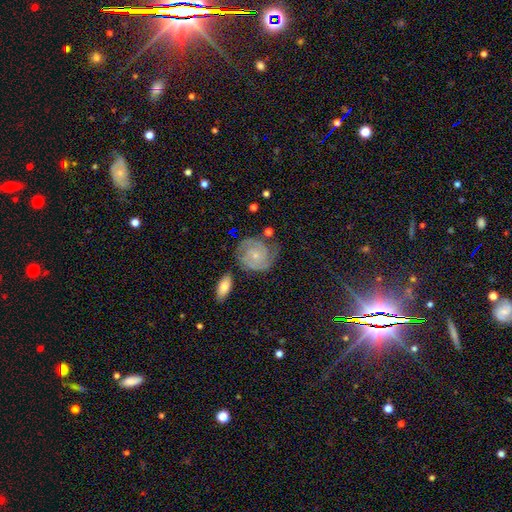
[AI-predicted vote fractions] smooth_or_featured: featured or disk (p=0.78) [alt: smooth p=0.15]
disk_edge_on: no (p=0.98) [alt: yes p=0.02]
bar: no (p=0.77) [alt: weak p=0.19]
has_spiral_arms: yes (p=0.96) [alt: no p=0.04]
spiral_winding: tight (p=0.62) [alt: medium p=0.30]
spiral_arm_count: 2 (p=0.68) [alt: can't tell p=0.13]
bulge_size: small (p=0.75) [alt: moderate p=0.19]
merging: none (p=0.68) [alt: minor disturbance p=0.19]